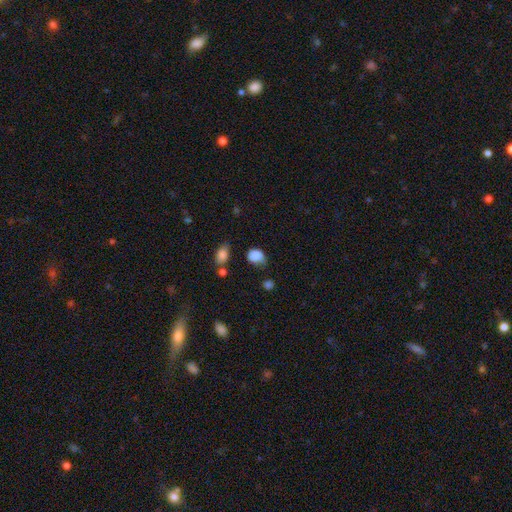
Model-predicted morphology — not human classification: Smooth or featured? smooth (83%)
How rounded? in between (50%)
Merging? none (42%)